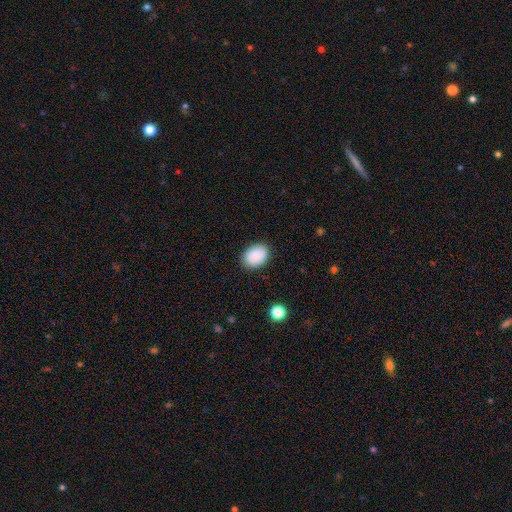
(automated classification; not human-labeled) Morphology: type=smooth (89%); roundness=in between (73%); merging=none (87%).